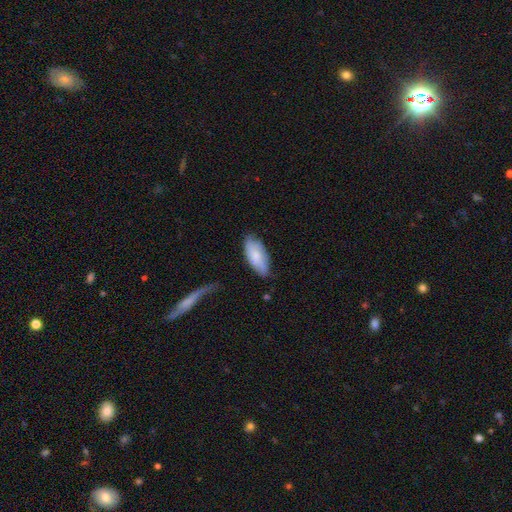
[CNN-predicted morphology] Smooth or featured? Predicted: smooth (p=0.74). How rounded? Predicted: in between (p=0.88). Merging? Predicted: none (p=0.70).